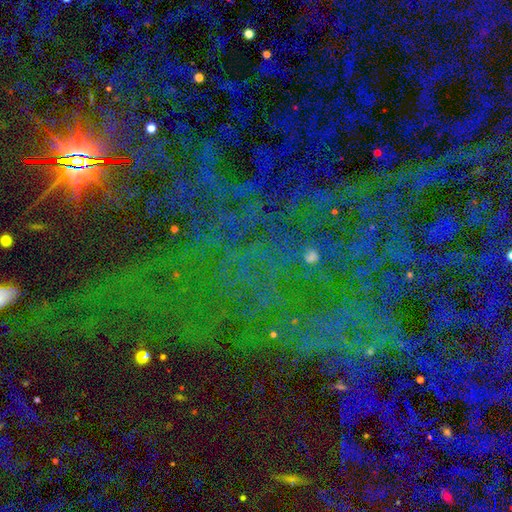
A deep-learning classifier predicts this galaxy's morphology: Smooth or featured? Predicted: star or artifact (p=0.83).